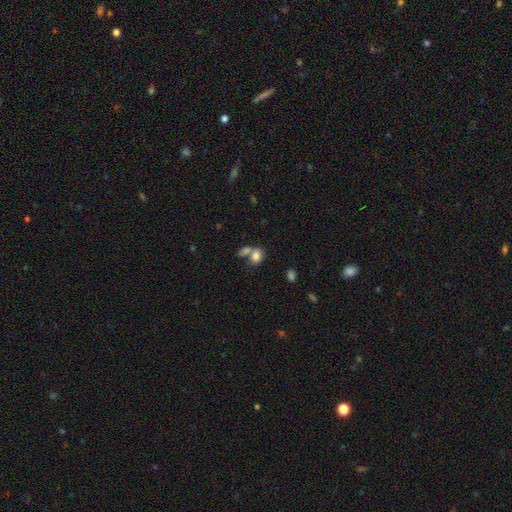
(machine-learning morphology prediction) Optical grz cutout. It shows a smooth galaxy with no disk features (79%) that is in between round and cigar-shaped (65%). Merging: merger (52%).